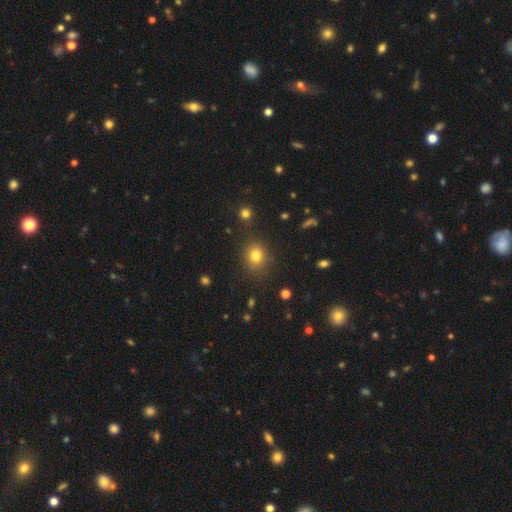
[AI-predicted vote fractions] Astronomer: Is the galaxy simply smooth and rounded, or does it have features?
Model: smooth — 79%.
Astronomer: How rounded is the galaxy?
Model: round — 71%.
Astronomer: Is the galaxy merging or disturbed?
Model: none — 82%.